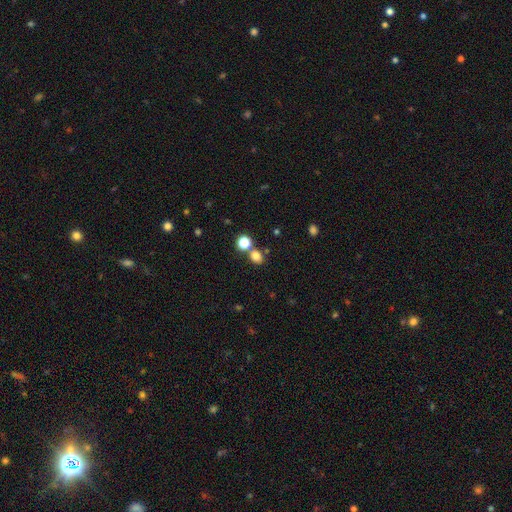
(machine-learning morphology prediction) Smooth or featured? Predicted: smooth (p=0.76). How rounded? Predicted: round (p=0.60). Merging? Predicted: none (p=0.65).